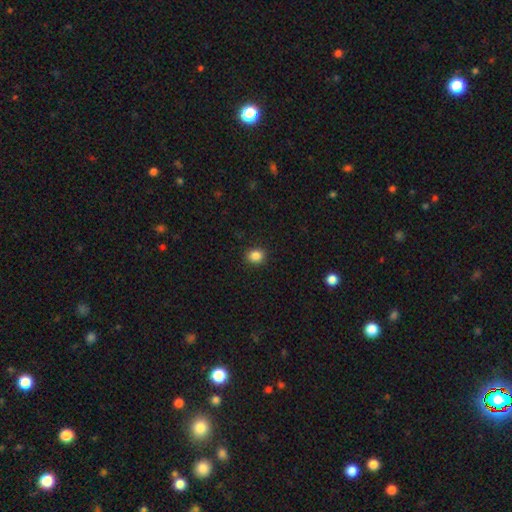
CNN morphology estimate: Q: Smooth or featured?
A: smooth (86%); runner-up: star or artifact (11%)
Q: How rounded?
A: round (74%); runner-up: in between (25%)
Q: Merging?
A: none (91%); runner-up: minor disturbance (6%)